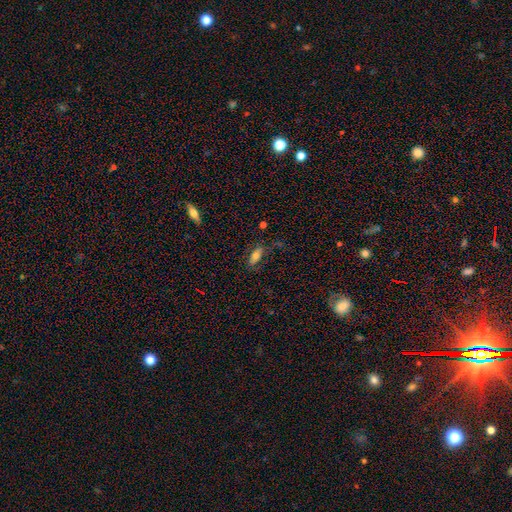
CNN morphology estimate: Smooth or featured: smooth — 71% (featured or disk — 20%)
How rounded: in between — 76% (cigar-shaped — 21%)
Merging: none — 71% (minor disturbance — 19%)